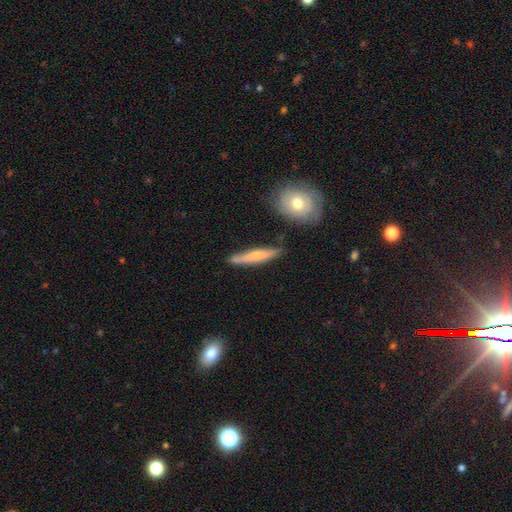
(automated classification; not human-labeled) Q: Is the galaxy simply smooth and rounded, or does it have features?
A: smooth — 53%.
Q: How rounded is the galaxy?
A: cigar-shaped — 88%.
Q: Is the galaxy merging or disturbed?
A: none — 79%.